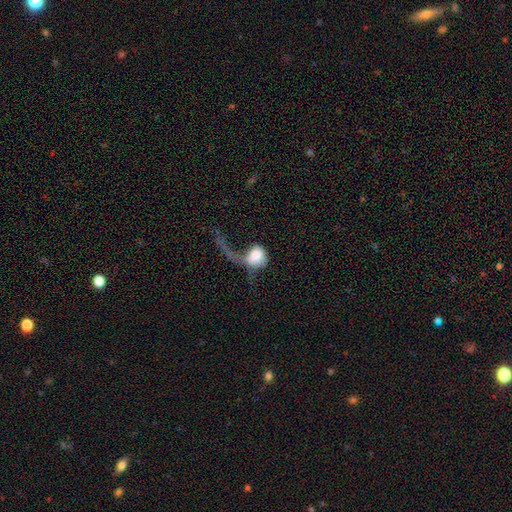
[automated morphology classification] smooth_or_featured: smooth (p=0.63) [alt: featured or disk p=0.29]
how_rounded: round (p=0.65) [alt: in between p=0.33]
merging: major disturbance (p=0.67) [alt: none p=0.13]